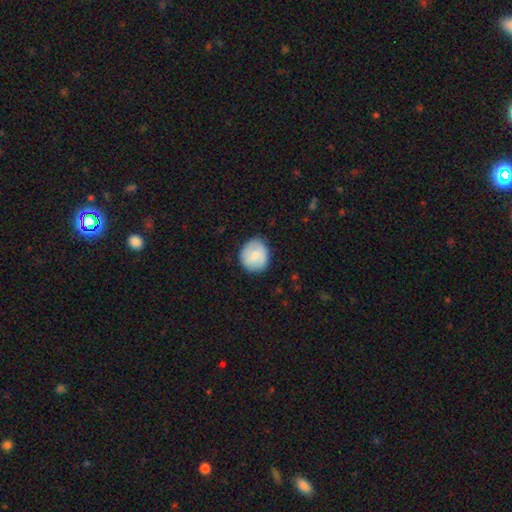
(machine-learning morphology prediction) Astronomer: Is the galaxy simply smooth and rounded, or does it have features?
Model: smooth — 68%.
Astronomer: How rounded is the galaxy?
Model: round — 84%.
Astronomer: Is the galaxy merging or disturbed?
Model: none — 85%.